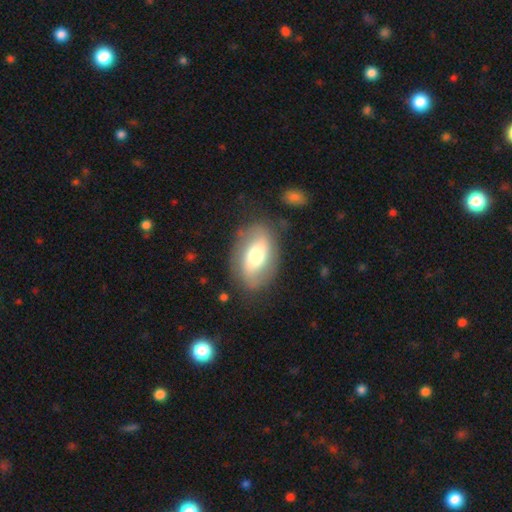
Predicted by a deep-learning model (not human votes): smooth 49%, featured or disk 44%, star or artifact 7%. Down the decision tree: merging — none (76%).